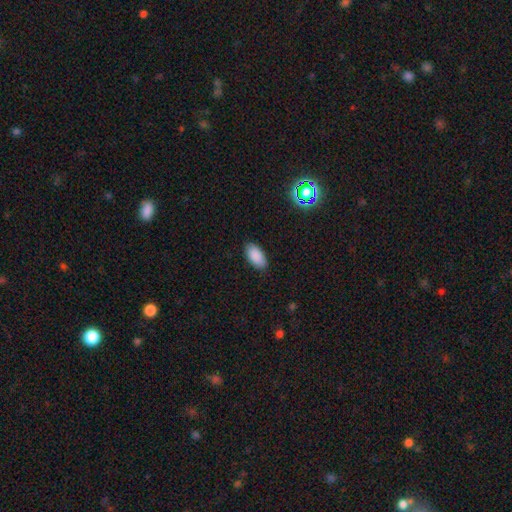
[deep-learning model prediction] A smooth galaxy with no disk features (88%) that is in between round and cigar-shaped (94%).

Vote fractions:
- Smooth or featured? smooth: 88% / star or artifact: 8% / featured or disk: 4%
- How rounded? in between: 94% / cigar-shaped: 3% / round: 3%
- Merging? none: 86% / minor disturbance: 11% / major disturbance: 2% / merger: 1%